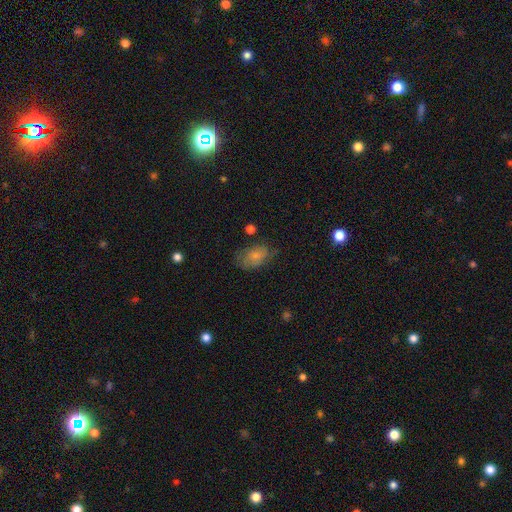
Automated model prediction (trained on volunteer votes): The model was most divided on "merging": none: 57%, minor disturbance: 28%, major disturbance: 11%, merger: 3%. More confident: how rounded — in between (87%); smooth or featured — smooth (74%).